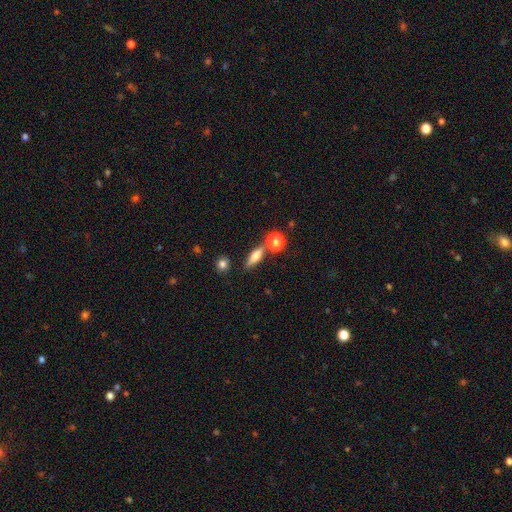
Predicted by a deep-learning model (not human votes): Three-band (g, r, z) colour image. It shows a smooth galaxy with no disk features (65%) that is cigar-shaped (45%, tied with in between). Merging: none (71%).